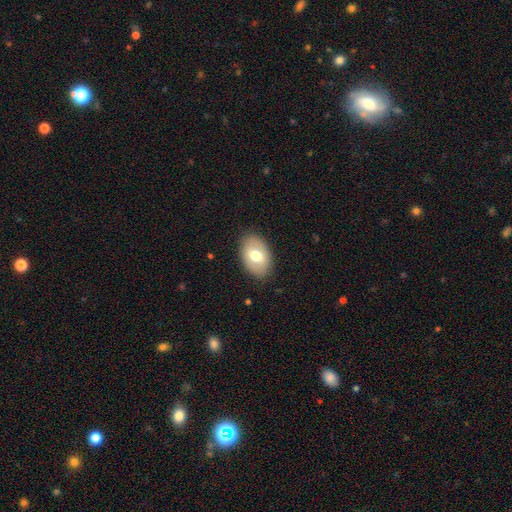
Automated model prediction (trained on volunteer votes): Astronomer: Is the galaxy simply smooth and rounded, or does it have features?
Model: smooth — 63%.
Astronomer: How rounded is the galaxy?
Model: in between — 87%.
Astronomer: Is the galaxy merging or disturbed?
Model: none — 85%.